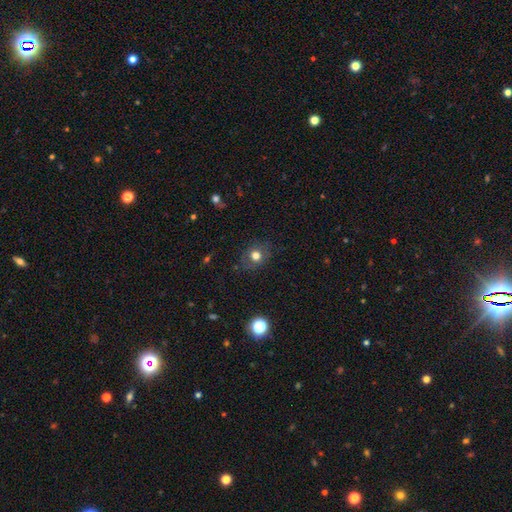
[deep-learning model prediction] Morphology: type=smooth (72%); roundness=round (71%); merging=none (81%).